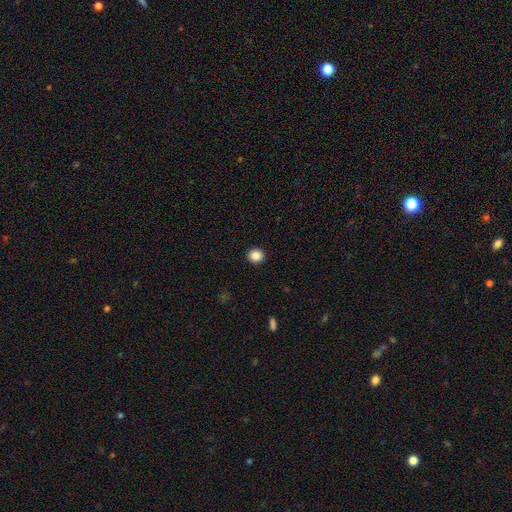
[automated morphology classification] Smooth or featured? smooth (86%)
How rounded? round (84%)
Merging? none (93%)